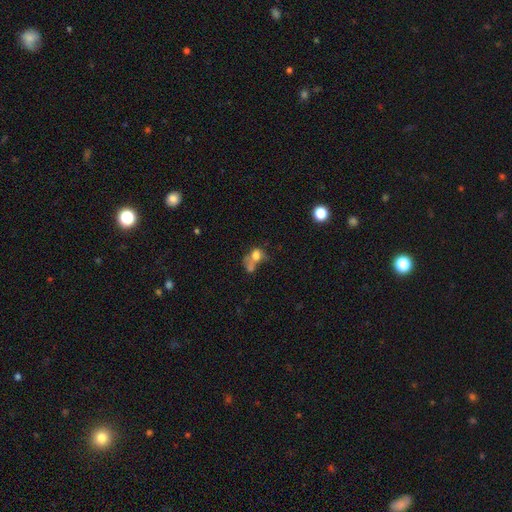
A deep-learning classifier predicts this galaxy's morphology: smooth-or-featured: smooth: 66% | featured or disk: 20% | star or artifact: 14%
  how-rounded: round: 49% (tied) | in between: 49% (tied) | cigar-shaped: 2%
  merging: merger: 53% | none: 22% | major disturbance: 15% | minor disturbance: 11%